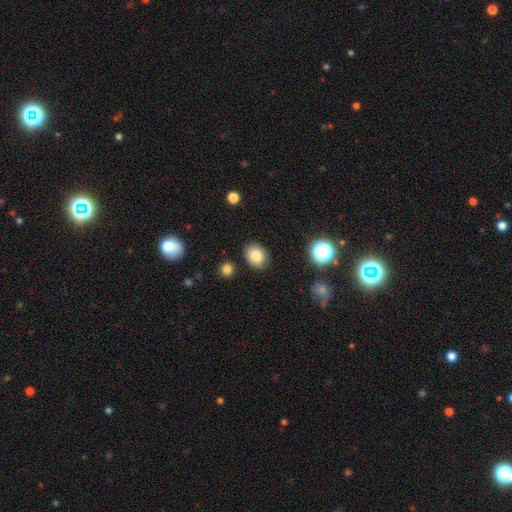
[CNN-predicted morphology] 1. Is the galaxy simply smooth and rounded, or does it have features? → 83% smooth, 10% star or artifact, 7% featured or disk.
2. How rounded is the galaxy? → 58% in between, 41% round, 1% cigar-shaped.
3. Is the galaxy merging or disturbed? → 87% none, 8% minor disturbance, 2% major disturbance, 2% merger.